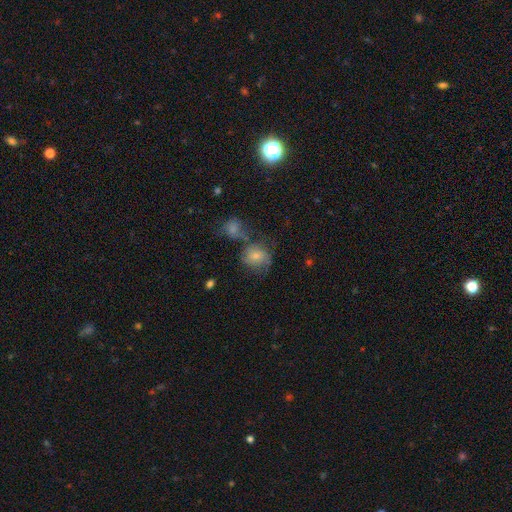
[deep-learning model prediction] Overall: smooth (64%; featured or disk 26%). How rounded: round (70%). Merging: none (47%; merger 21%).